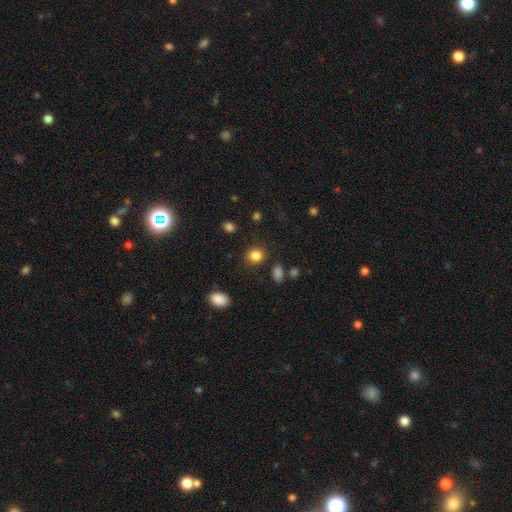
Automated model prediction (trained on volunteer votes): This appears to be a smooth galaxy with no disk features (85%) that is round (75%). Merging: none (85%).